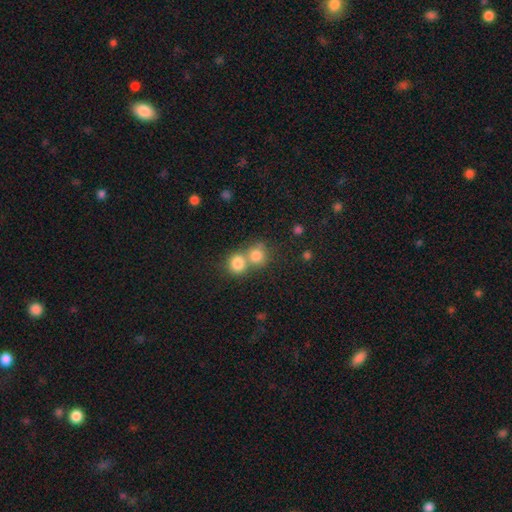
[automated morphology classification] A smooth galaxy with no disk features (80%) that is round (81%).

Vote fractions:
- Smooth or featured? smooth: 80% / star or artifact: 12% / featured or disk: 9%
- How rounded? round: 81% / in between: 18% / cigar-shaped: 1%
- Merging? merger: 53% / none: 38% / minor disturbance: 6% / major disturbance: 3%